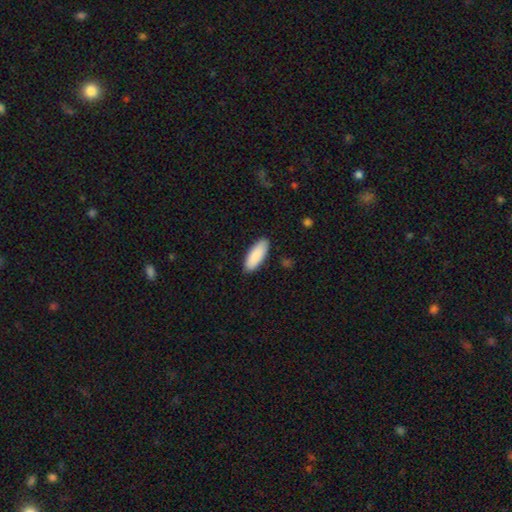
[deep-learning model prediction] Q: Smooth or featured?
A: smooth (89%); runner-up: featured or disk (5%)
Q: How rounded?
A: in between (75%); runner-up: cigar-shaped (24%)
Q: Merging?
A: none (89%); runner-up: minor disturbance (8%)